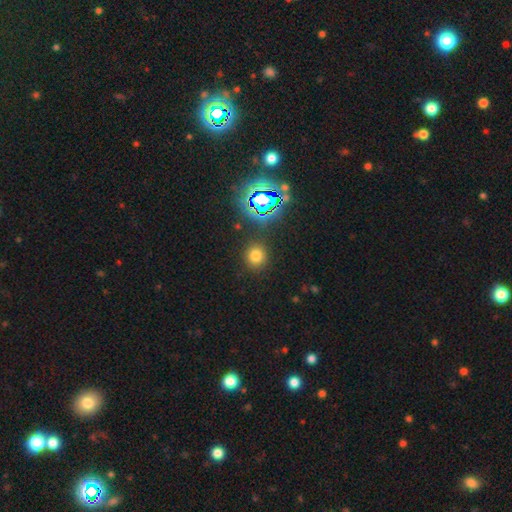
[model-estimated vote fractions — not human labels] Smooth or featured?
  - smooth: 69% *
  - star or artifact: 24%
  - featured or disk: 7%
How rounded?
  - round: 86% *
  - in between: 13%
  - cigar-shaped: 1%
Merging?
  - none: 87% *
  - minor disturbance: 7%
  - major disturbance: 3%
  - merger: 2%